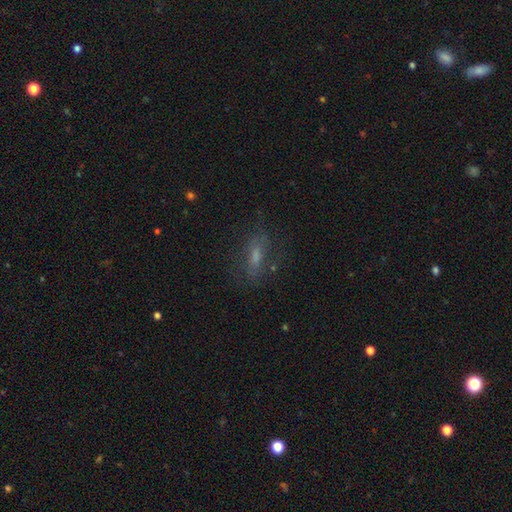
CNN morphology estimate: This appears to be a smooth galaxy with no disk features (43%). Merging: none (71%).